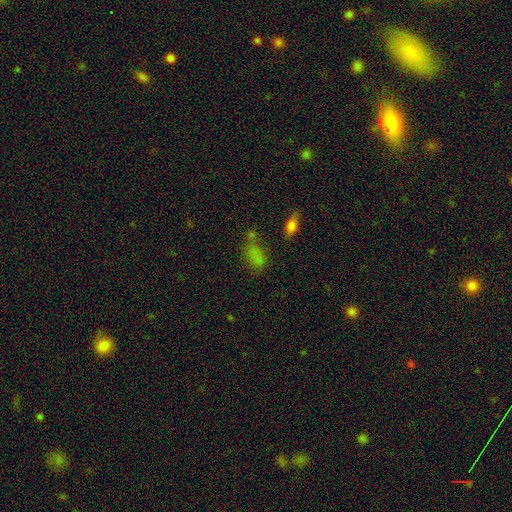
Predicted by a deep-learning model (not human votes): The model was most divided on "merging": none: 48%, merger: 20%, minor disturbance: 20%, major disturbance: 12%. More confident: how rounded — in between (82%); smooth or featured — smooth (69%).